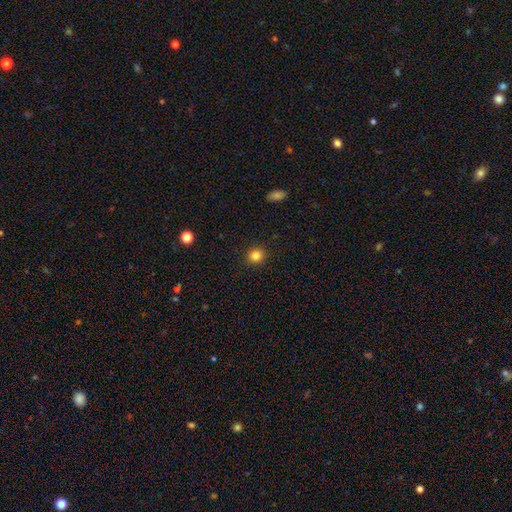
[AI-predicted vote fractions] Smooth or featured?
  - smooth: 84% *
  - star or artifact: 12%
  - featured or disk: 5%
How rounded?
  - round: 86% *
  - in between: 13%
  - cigar-shaped: 1%
Merging?
  - none: 91% *
  - minor disturbance: 6%
  - major disturbance: 2%
  - merger: 1%